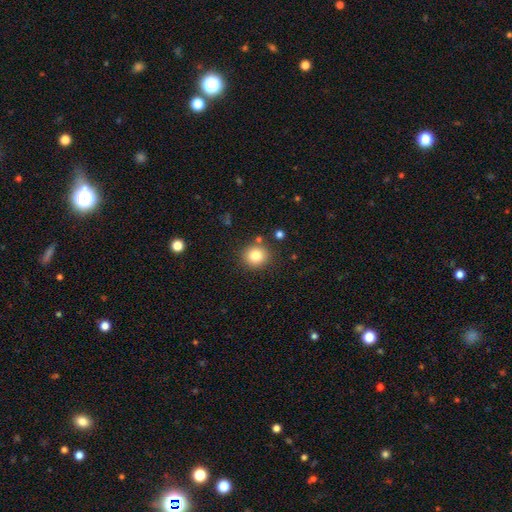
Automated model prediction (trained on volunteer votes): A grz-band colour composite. It shows a smooth galaxy with no disk features (81%) that is round (88%). Merging: none (85%).